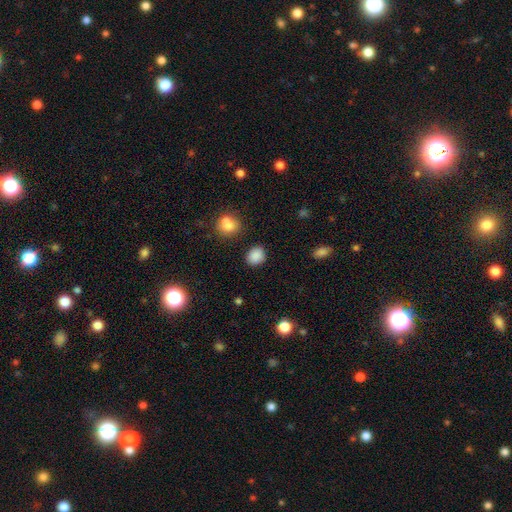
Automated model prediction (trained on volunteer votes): This is clearly a smooth galaxy (86%). How rounded: possibly round (58%). Merging: clearly none (84%).